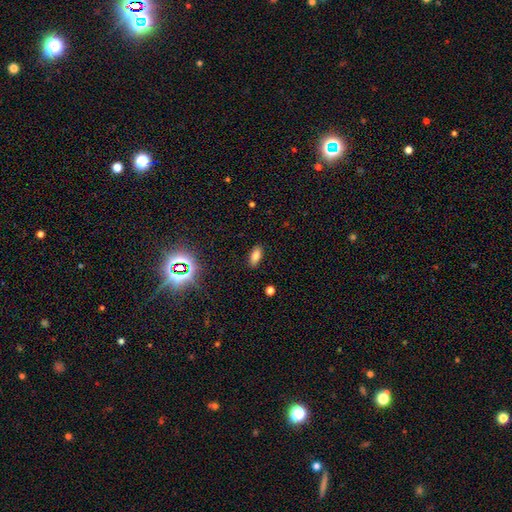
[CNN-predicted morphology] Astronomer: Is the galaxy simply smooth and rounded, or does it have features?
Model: smooth — 76%.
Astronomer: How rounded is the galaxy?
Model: in between — 87%.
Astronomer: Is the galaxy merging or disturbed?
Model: none — 88%.